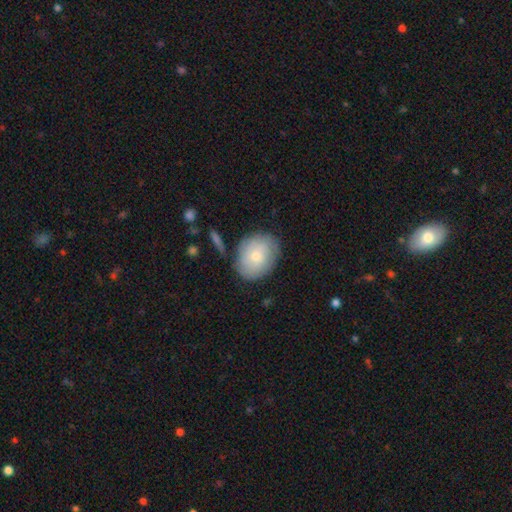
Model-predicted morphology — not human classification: A smooth galaxy with no disk features (62%) that is in between round and cigar-shaped (53%).

Vote fractions:
- Smooth or featured? smooth: 62% / featured or disk: 31% / star or artifact: 7%
- How rounded? in between: 53% / round: 45% / cigar-shaped: 1%
- Merging? none: 76% / minor disturbance: 16% / major disturbance: 4% / merger: 3%